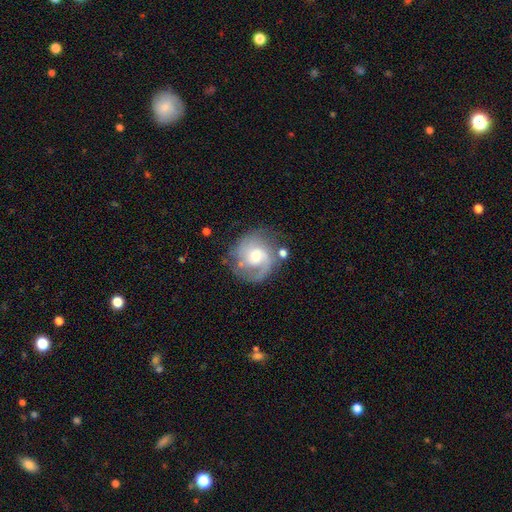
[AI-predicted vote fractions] A featured or disk galaxy (81%) with no bar (60%), 2 (57%) medium (43%) spiral arms (94%) and a moderate central bulge (61%). Merging: none (67%).